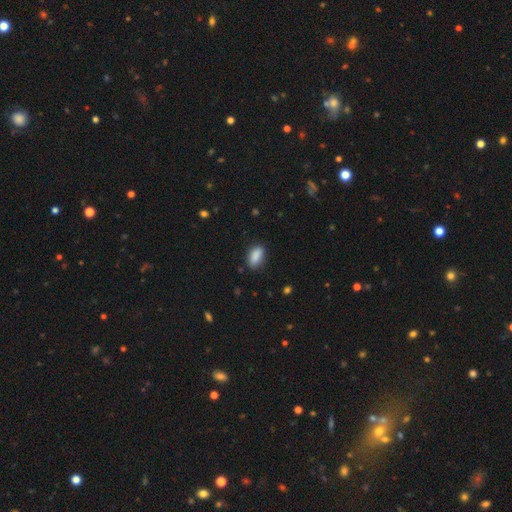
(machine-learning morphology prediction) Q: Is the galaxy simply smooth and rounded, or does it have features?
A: smooth — 89%.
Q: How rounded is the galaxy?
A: in between — 90%.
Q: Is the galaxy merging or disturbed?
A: none — 83%.